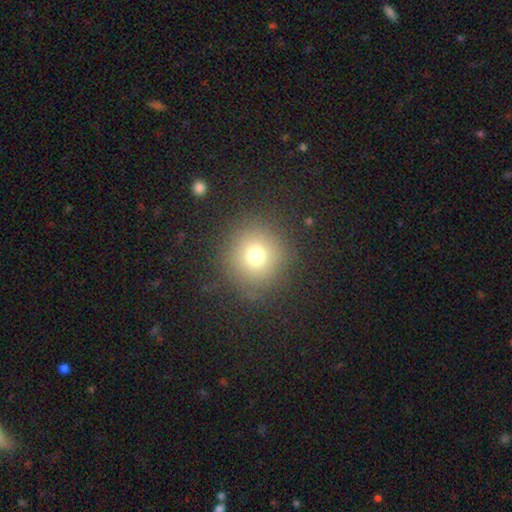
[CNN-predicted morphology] Smooth or featured?
  - smooth: 71% *
  - star or artifact: 18%
  - featured or disk: 11%
How rounded?
  - round: 93% *
  - in between: 6%
  - cigar-shaped: 1%
Merging?
  - none: 86% *
  - minor disturbance: 8%
  - major disturbance: 5%
  - merger: 1%